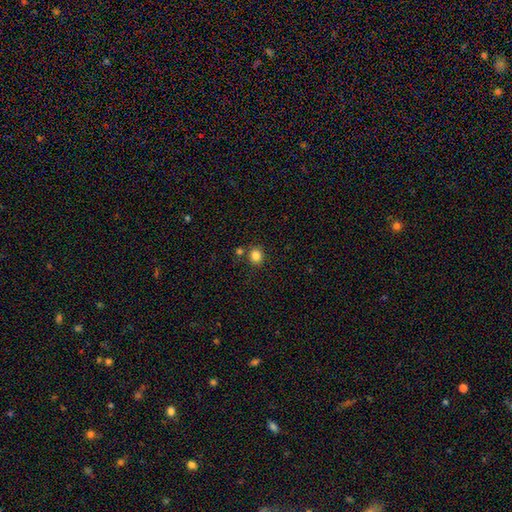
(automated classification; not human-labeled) smooth_or_featured: smooth (p=0.84) [alt: star or artifact p=0.12]
how_rounded: round (p=0.82) [alt: in between p=0.17]
merging: none (p=0.79) [alt: merger p=0.10]